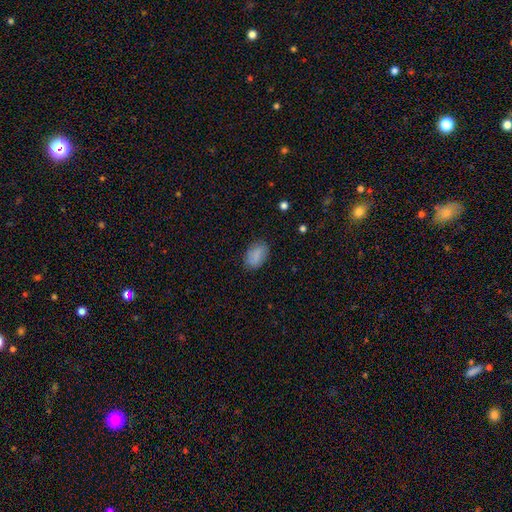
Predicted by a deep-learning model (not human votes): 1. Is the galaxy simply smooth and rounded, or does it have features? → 79% smooth, 13% featured or disk, 8% star or artifact.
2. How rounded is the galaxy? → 89% in between, 10% round, 2% cigar-shaped.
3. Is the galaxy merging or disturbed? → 82% none, 14% minor disturbance, 3% major disturbance, 1% merger.